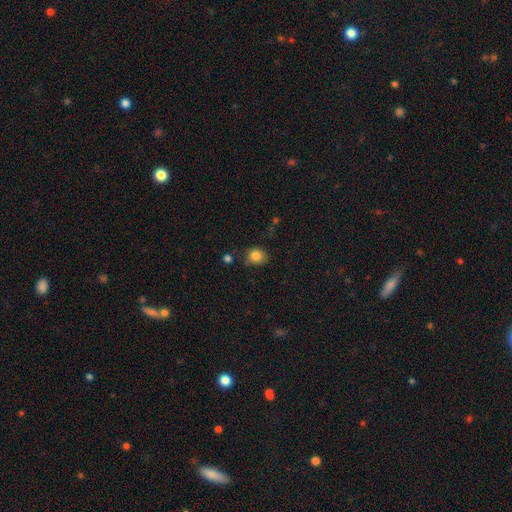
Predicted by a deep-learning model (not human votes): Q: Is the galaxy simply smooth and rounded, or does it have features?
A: smooth — 83%.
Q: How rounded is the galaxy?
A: round — 67%.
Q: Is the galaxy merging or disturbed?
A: none — 67%.